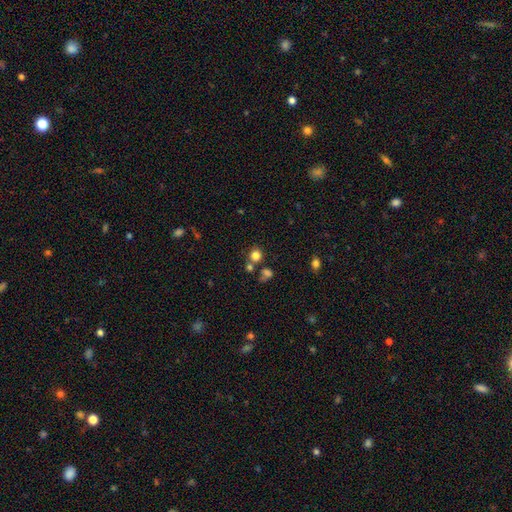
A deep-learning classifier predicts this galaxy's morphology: type=smooth (79%); roundness=round (87%); merging=none (68%).